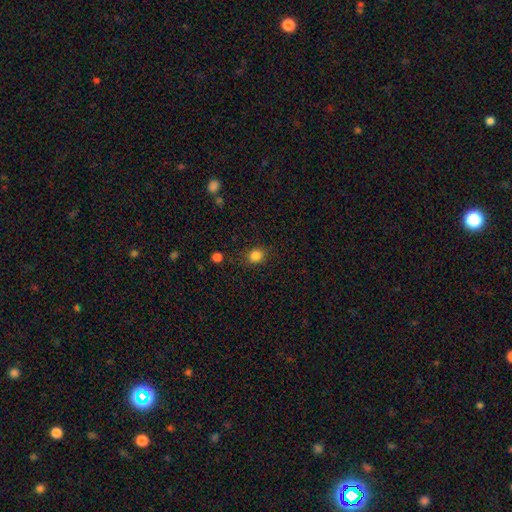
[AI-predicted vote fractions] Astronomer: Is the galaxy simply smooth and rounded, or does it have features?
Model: smooth — 83%.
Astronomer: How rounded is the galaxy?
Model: round — 78%.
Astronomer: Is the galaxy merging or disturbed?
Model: none — 82%.